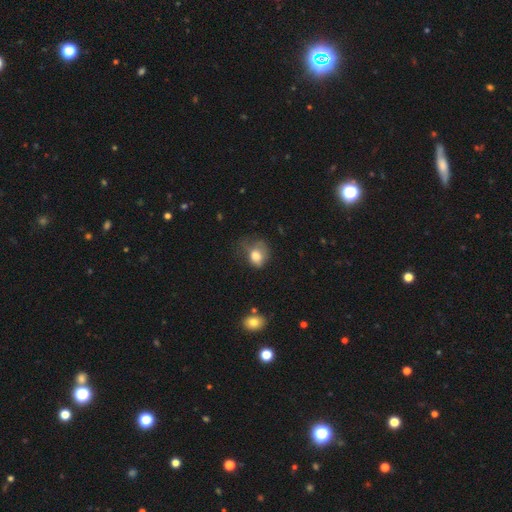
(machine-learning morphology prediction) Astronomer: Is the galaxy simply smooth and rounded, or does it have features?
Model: smooth — 74%.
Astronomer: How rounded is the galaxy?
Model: in between — 55% (runner-up: round, 44%).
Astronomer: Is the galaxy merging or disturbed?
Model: major disturbance — 35% (runner-up: minor disturbance, 32%).